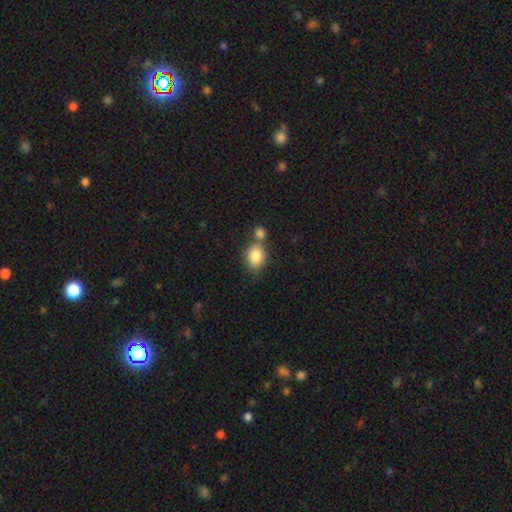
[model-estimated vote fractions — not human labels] Overall: smooth (84%). How rounded: in between (65%; round 34%). Merging: none (50%; merger 35%).